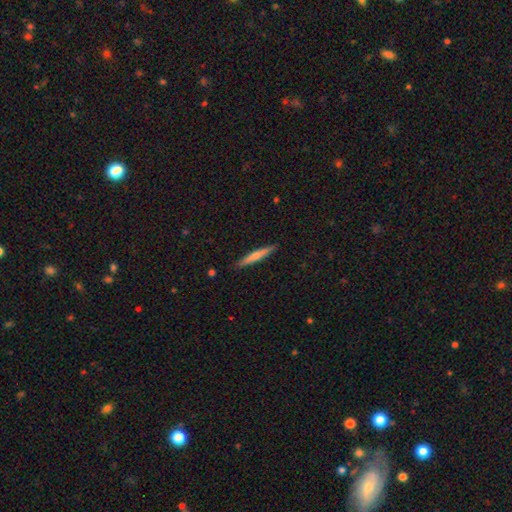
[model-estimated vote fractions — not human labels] Smooth or featured: smooth — 57% (featured or disk — 37%)
How rounded: cigar-shaped — 95% (in between — 4%)
Merging: none — 90% (minor disturbance — 8%)